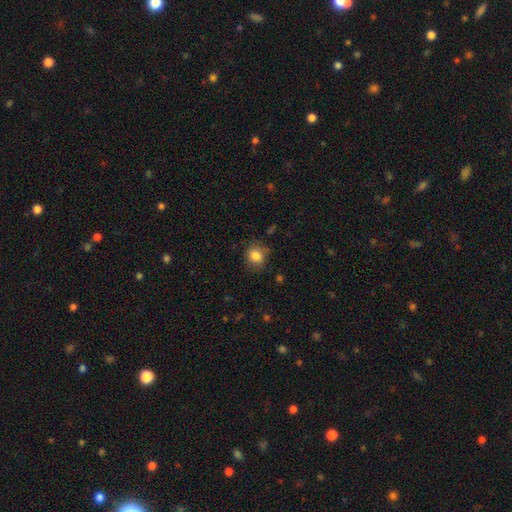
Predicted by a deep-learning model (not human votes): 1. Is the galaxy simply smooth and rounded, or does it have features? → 84% smooth, 9% star or artifact, 7% featured or disk.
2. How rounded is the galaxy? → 65% round, 34% in between, 1% cigar-shaped.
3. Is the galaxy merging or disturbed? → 75% none, 18% minor disturbance, 5% major disturbance, 2% merger.